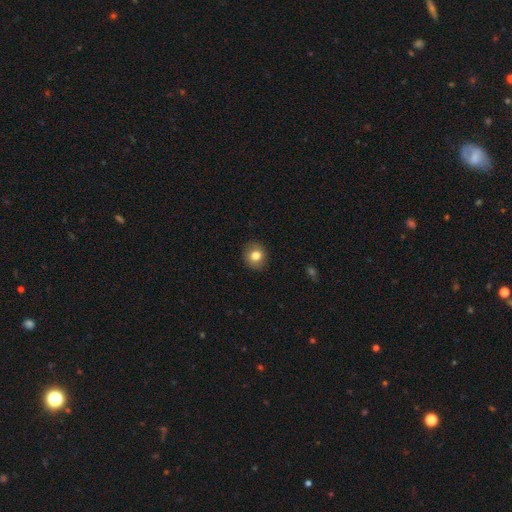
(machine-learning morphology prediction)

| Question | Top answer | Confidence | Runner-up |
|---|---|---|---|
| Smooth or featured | smooth | 80% | featured or disk (10%) |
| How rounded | round | 81% | in between (18%) |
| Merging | none | 90% | minor disturbance (7%) |